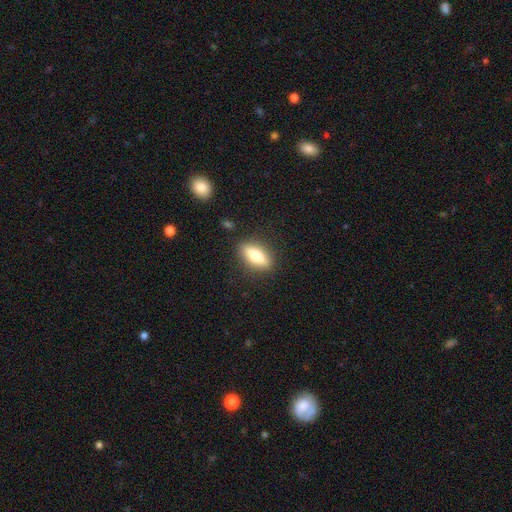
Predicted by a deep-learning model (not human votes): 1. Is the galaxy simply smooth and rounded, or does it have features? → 72% smooth, 21% featured or disk, 7% star or artifact.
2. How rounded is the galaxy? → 65% in between, 32% cigar-shaped, 3% round.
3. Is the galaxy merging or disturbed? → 86% none, 10% minor disturbance, 3% major disturbance, 1% merger.